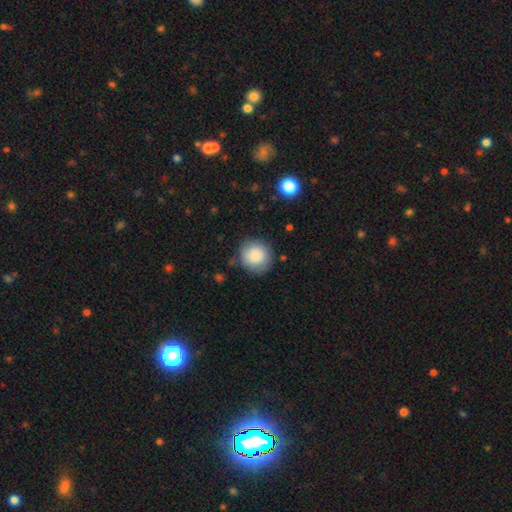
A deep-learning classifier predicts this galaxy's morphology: Overall: smooth (85%). How rounded: round (91%). Merging: none (81%).